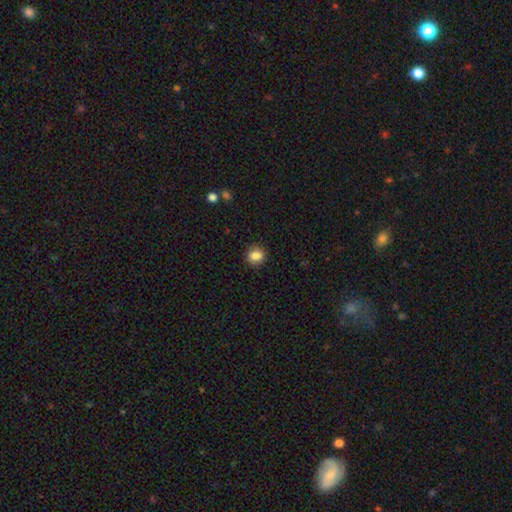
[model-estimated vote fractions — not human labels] This is clearly a smooth galaxy (85%). How rounded: likely round (74%). Merging: clearly none (87%).